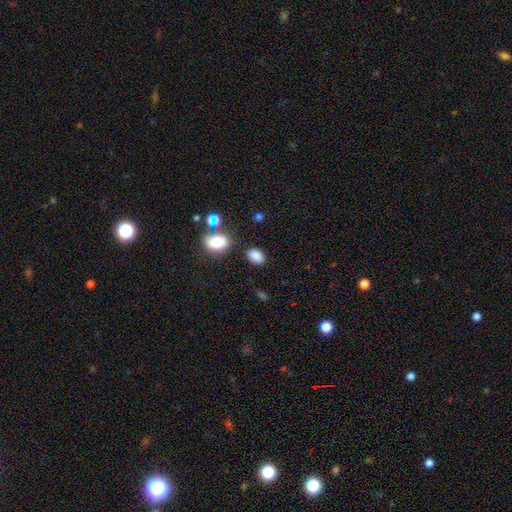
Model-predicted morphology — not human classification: type=smooth (85%); roundness=in between (79%); merging=none (80%).